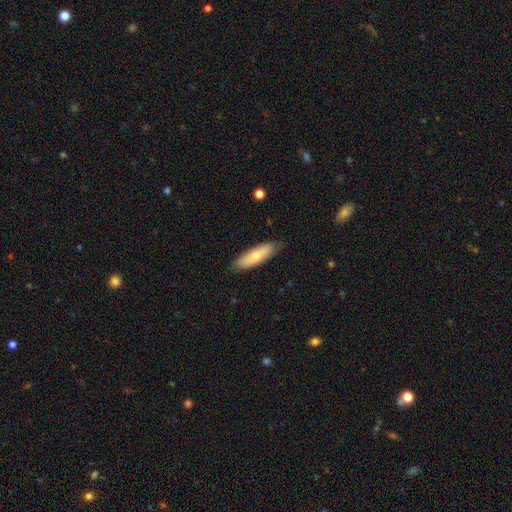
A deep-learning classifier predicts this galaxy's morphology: The model was most divided on "how rounded": cigar-shaped: 53%, in between: 45%, round: 2%. More confident: merging — none (82%); smooth or featured — smooth (71%).